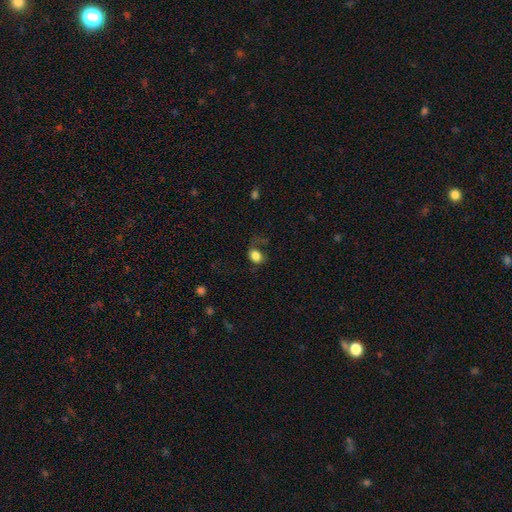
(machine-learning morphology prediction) smooth_or_featured: smooth (p=0.82) [alt: star or artifact p=0.10]
how_rounded: in between (p=0.52) [alt: round p=0.47]
merging: none (p=0.50) [alt: minor disturbance p=0.24]